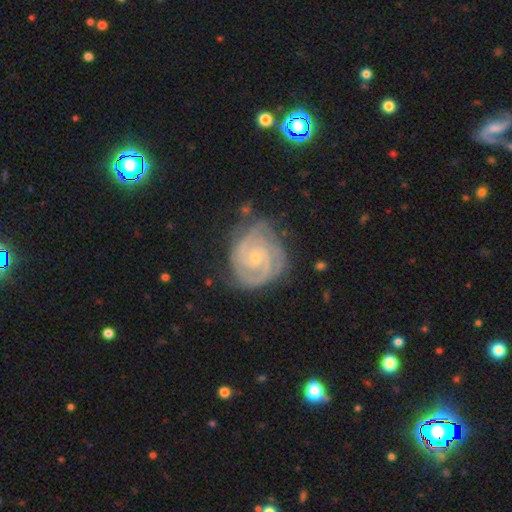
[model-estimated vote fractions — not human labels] Q: Smooth or featured?
A: featured or disk (84%); runner-up: star or artifact (9%)
Q: Edge-on disk?
A: no (98%); runner-up: yes (2%)
Q: Bar?
A: no (69%); runner-up: weak (24%)
Q: Spiral arms?
A: yes (97%); runner-up: no (3%)
Q: Spiral winding?
A: tight (75%); runner-up: medium (22%)
Q: Spiral arm count?
A: 2 (38%); runner-up: 3 (28%)
Q: Bulge size?
A: small (72%); runner-up: moderate (24%)
Q: Merging?
A: none (71%); runner-up: minor disturbance (20%)